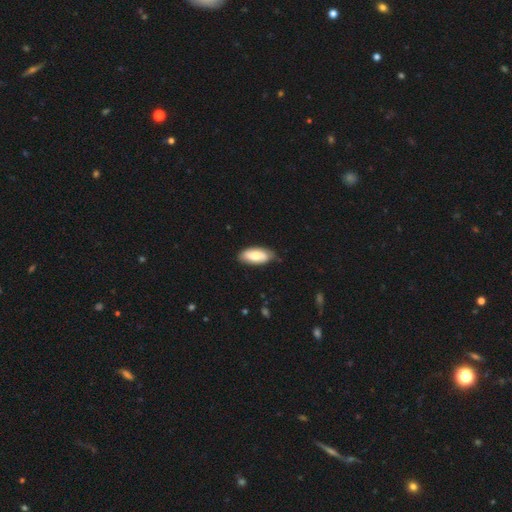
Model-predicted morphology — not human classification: A smooth galaxy with no disk features (74%) that is in between round and cigar-shaped (89%).

Vote fractions:
- Smooth or featured? smooth: 74% / featured or disk: 20% / star or artifact: 5%
- How rounded? in between: 89% / cigar-shaped: 9% / round: 2%
- Merging? none: 76% / minor disturbance: 20% / major disturbance: 3% / merger: 1%